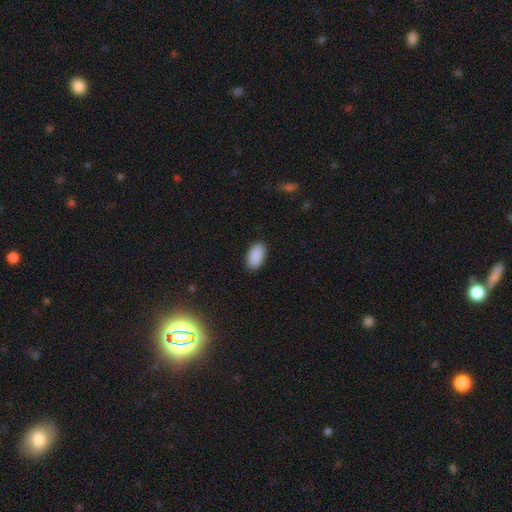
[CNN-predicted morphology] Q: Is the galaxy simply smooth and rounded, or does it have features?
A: smooth — 91%.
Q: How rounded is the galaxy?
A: in between — 95%.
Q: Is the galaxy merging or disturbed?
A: none — 89%.